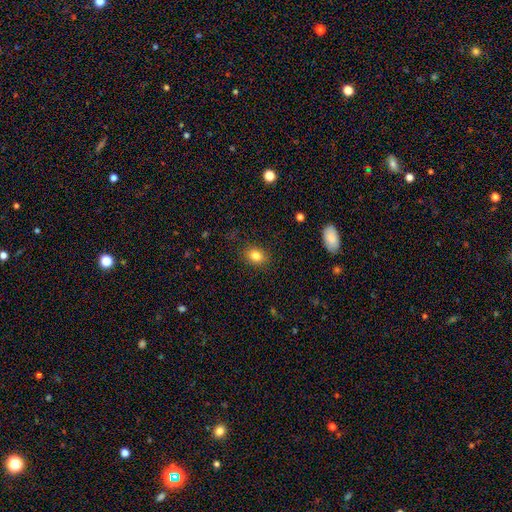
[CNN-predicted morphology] smooth-or-featured: smooth: 83% | star or artifact: 11% | featured or disk: 6%
  how-rounded: in between: 51% | round: 48% | cigar-shaped: 1%
  merging: none: 86% | minor disturbance: 10% | major disturbance: 3% | merger: 1%